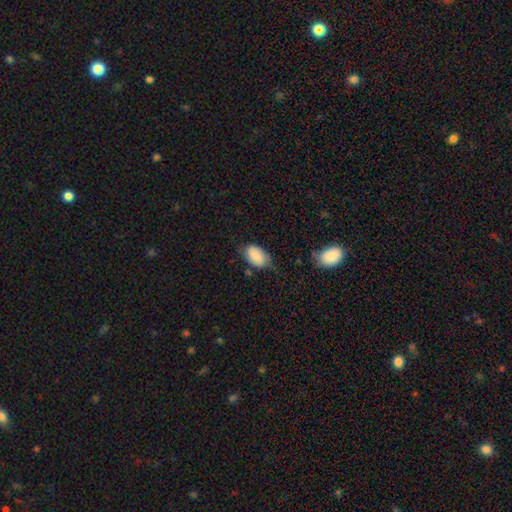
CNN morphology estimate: Smooth or featured? smooth (79%)
How rounded? in between (90%)
Merging? none (50%)